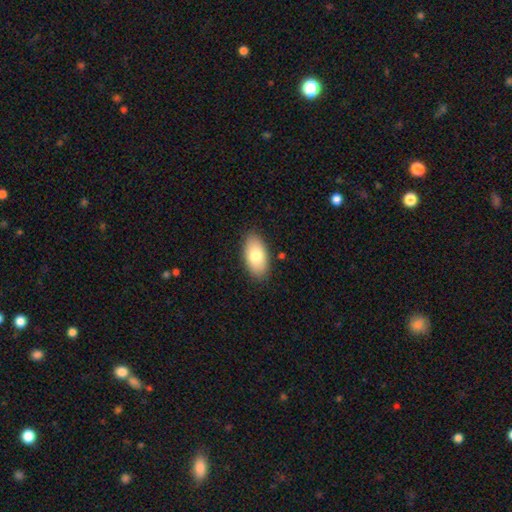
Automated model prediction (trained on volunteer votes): smooth-or-featured: smooth: 77% | featured or disk: 16% | star or artifact: 7%
  how-rounded: in between: 94% | round: 4% | cigar-shaped: 2%
  merging: none: 86% | minor disturbance: 10% | major disturbance: 2% | merger: 1%